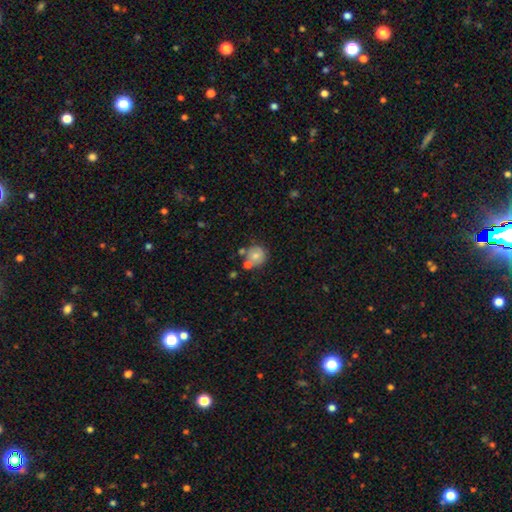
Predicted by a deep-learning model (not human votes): Smooth or featured? Predicted: smooth (p=0.73). How rounded? Predicted: round (p=0.88). Merging? Predicted: none (p=0.60).